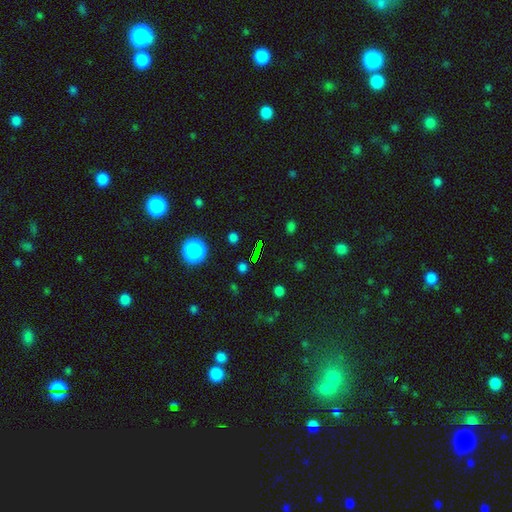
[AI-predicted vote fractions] The model was most divided on "smooth or featured": star or artifact: 57%, smooth: 33%, featured or disk: 10%.